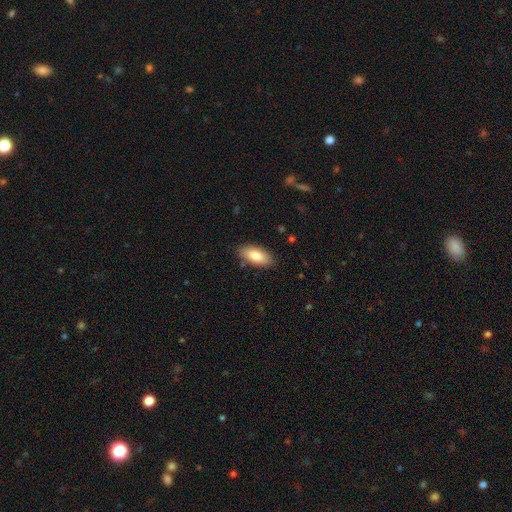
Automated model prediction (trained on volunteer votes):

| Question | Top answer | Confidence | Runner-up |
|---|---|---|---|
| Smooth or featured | smooth | 82% | featured or disk (12%) |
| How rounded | in between | 89% | cigar-shaped (9%) |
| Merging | none | 86% | minor disturbance (11%) |